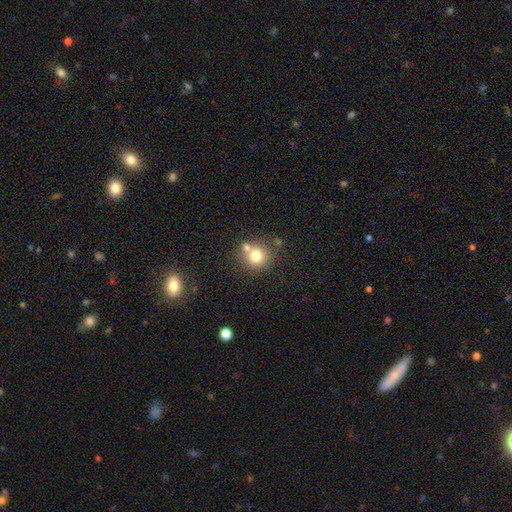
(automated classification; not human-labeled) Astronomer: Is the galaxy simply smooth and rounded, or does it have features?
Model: smooth — 74%.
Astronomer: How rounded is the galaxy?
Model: round — 87%.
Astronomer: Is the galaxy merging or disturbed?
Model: none — 57%.